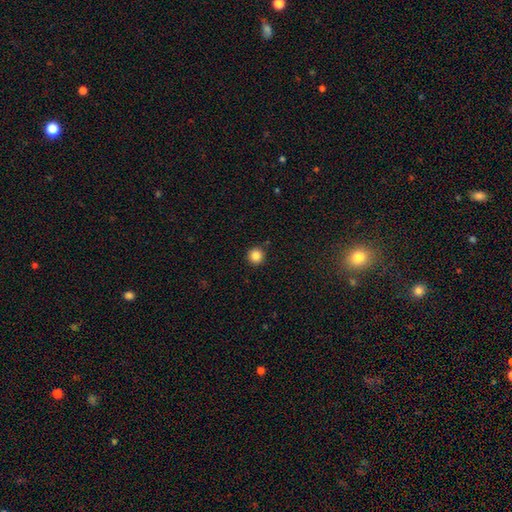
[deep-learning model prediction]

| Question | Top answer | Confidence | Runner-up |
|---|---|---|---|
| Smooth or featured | smooth | 85% | star or artifact (11%) |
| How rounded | round | 95% | in between (4%) |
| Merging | none | 90% | minor disturbance (6%) |